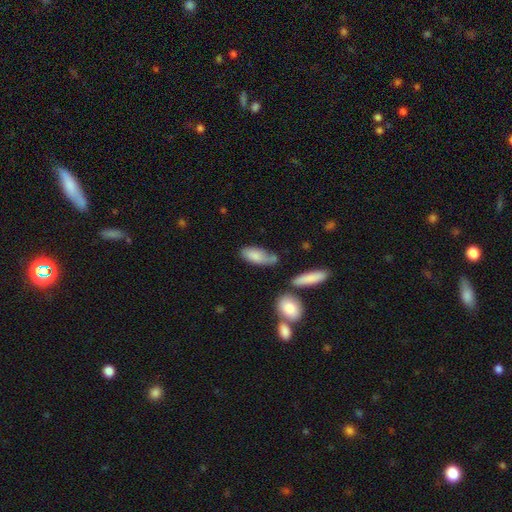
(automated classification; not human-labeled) Smooth or featured: smooth — 79% (featured or disk — 15%)
How rounded: in between — 83% (cigar-shaped — 14%)
Merging: none — 46% (minor disturbance — 30%)